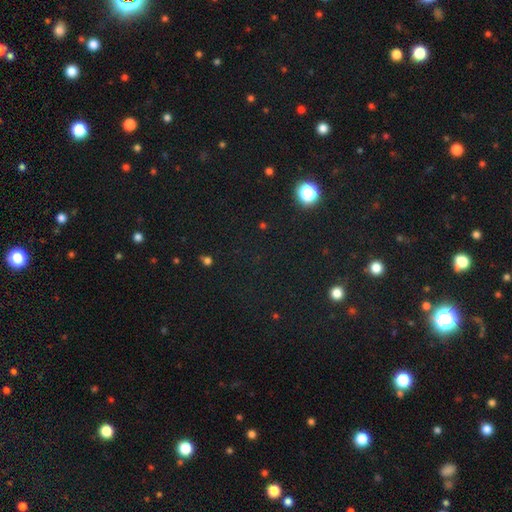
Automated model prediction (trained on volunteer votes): smooth_or_featured: star or artifact (p=0.72) [alt: smooth p=0.21]